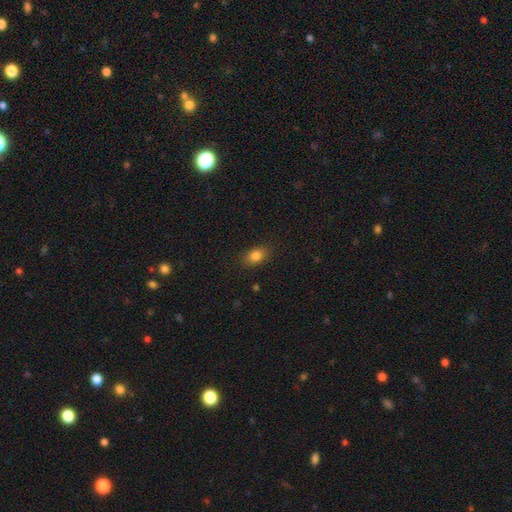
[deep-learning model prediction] smooth-or-featured: smooth: 84% | star or artifact: 10% | featured or disk: 6%
  how-rounded: in between: 76% | round: 22% | cigar-shaped: 2%
  merging: none: 85% | minor disturbance: 11% | major disturbance: 3% | merger: 1%